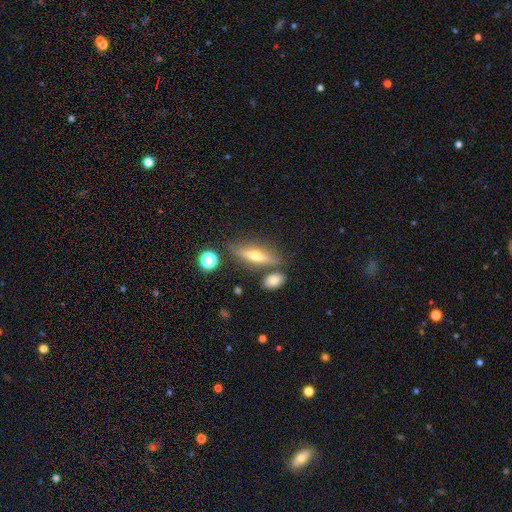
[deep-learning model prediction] The model was most divided on "smooth or featured": featured or disk: 51%, smooth: 41%, star or artifact: 8%. More confident: edge-on disk — yes (89%); merging — none (74%).